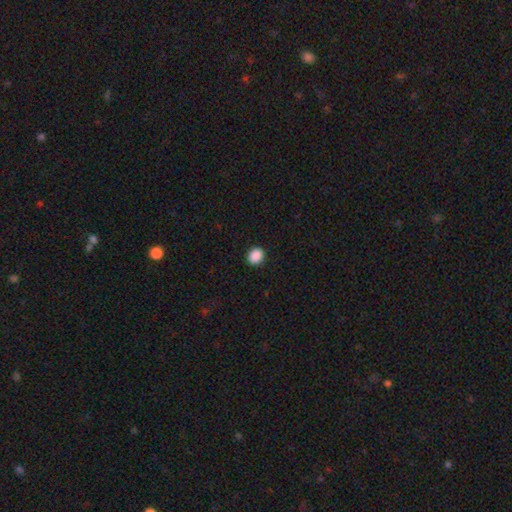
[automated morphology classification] smooth 89%, star or artifact 9%, featured or disk 2%. Down the decision tree: how rounded — round (66%); merging — none (91%).